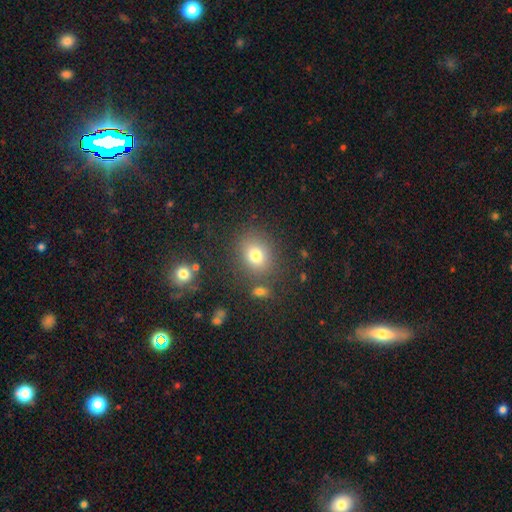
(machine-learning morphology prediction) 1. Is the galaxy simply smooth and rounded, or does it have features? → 77% smooth, 14% star or artifact, 9% featured or disk.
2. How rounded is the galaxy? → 60% round, 39% in between, 1% cigar-shaped.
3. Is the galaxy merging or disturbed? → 79% none, 11% minor disturbance, 6% merger, 4% major disturbance.